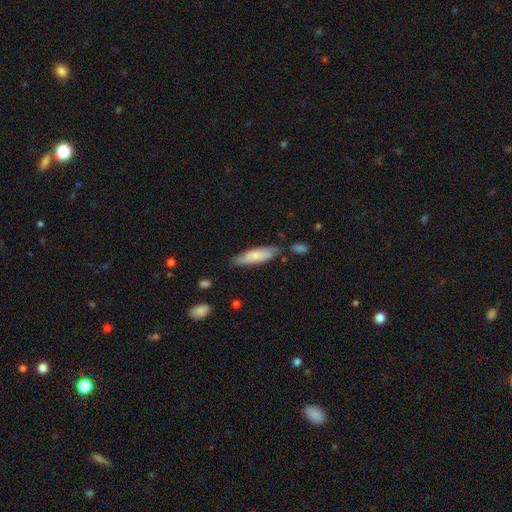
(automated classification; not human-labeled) Smooth or featured: smooth — 74% (featured or disk — 21%)
How rounded: cigar-shaped — 56% (in between — 43%)
Merging: none — 72% (minor disturbance — 19%)